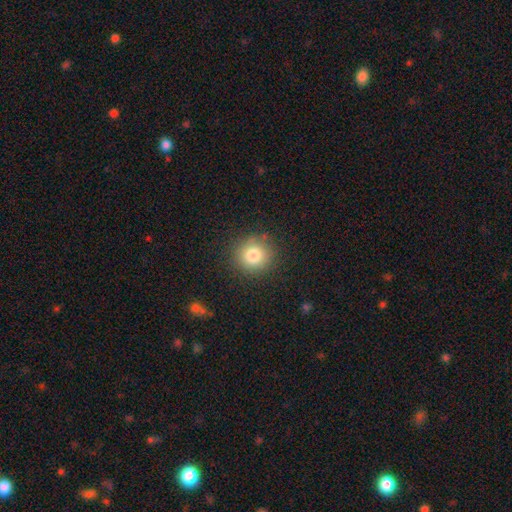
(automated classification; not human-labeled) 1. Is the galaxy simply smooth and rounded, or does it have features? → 78% smooth, 15% star or artifact, 6% featured or disk.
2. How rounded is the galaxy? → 94% round, 5% in between, 1% cigar-shaped.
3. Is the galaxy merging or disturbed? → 92% none, 5% minor disturbance, 2% major disturbance, 1% merger.